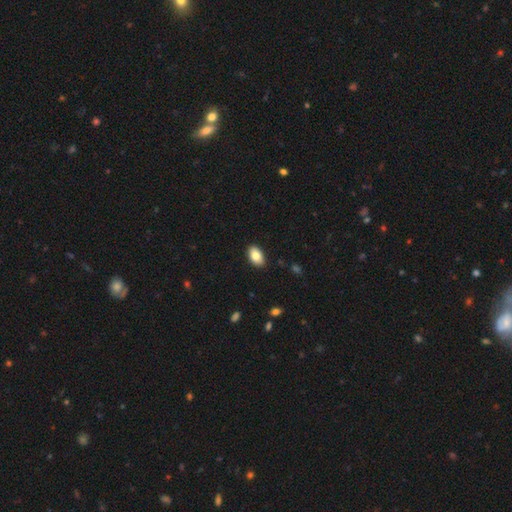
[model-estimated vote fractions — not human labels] Q: Smooth or featured?
A: smooth (82%); runner-up: featured or disk (11%)
Q: How rounded?
A: in between (93%); runner-up: round (6%)
Q: Merging?
A: none (89%); runner-up: minor disturbance (8%)